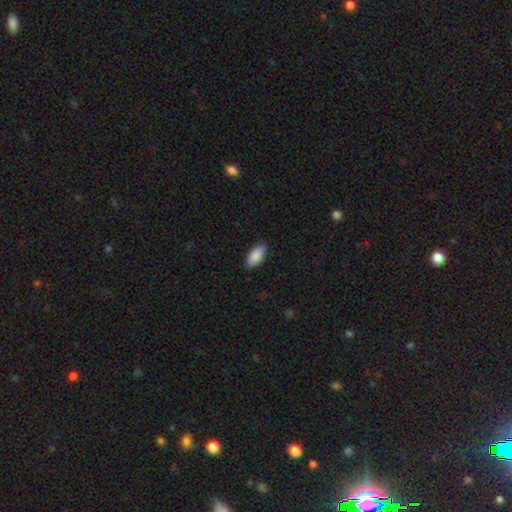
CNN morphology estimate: Q: Smooth or featured?
A: smooth (89%); runner-up: star or artifact (6%)
Q: How rounded?
A: in between (91%); runner-up: cigar-shaped (7%)
Q: Merging?
A: none (87%); runner-up: minor disturbance (10%)